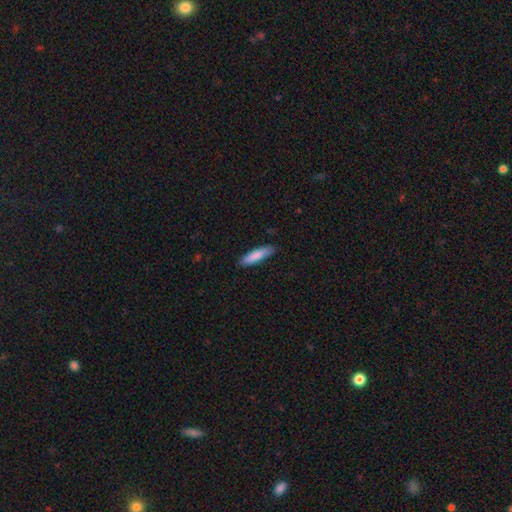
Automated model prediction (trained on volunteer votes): smooth-or-featured: smooth: 85% | featured or disk: 10% | star or artifact: 5%
  how-rounded: cigar-shaped: 76% | in between: 23% | round: 1%
  merging: none: 86% | minor disturbance: 11% | major disturbance: 2% | merger: 1%